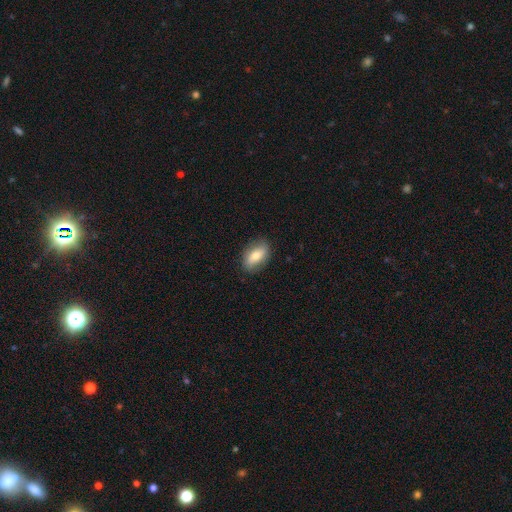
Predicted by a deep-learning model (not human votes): Smooth or featured? smooth (68%)
How rounded? in between (89%)
Merging? none (83%)